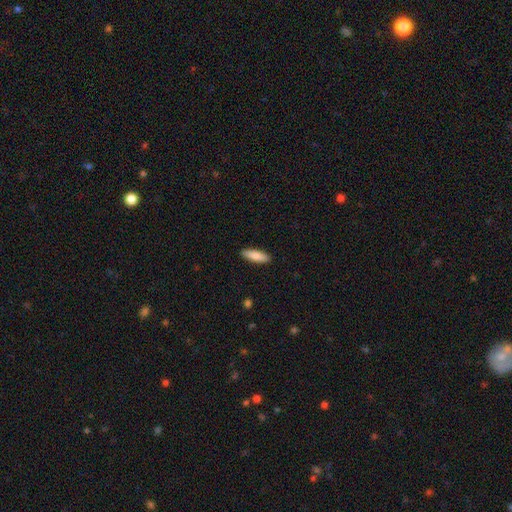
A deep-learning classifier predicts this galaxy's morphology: Q: Smooth or featured?
A: smooth (86%); runner-up: featured or disk (9%)
Q: How rounded?
A: in between (52%); runner-up: cigar-shaped (46%)
Q: Merging?
A: none (90%); runner-up: minor disturbance (7%)